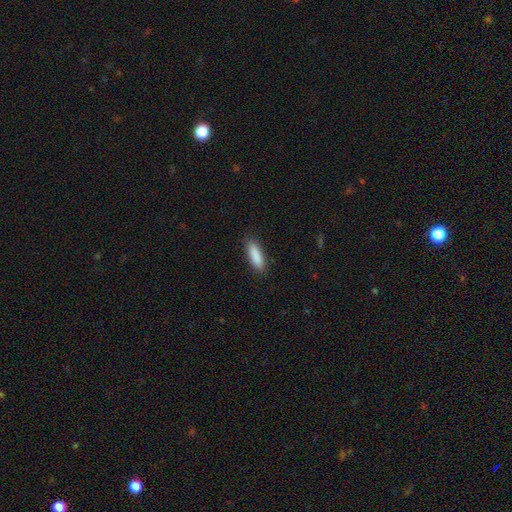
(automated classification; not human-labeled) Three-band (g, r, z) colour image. It shows a smooth galaxy with no disk features (88%) that is cigar-shaped (55%). Merging: none (87%).